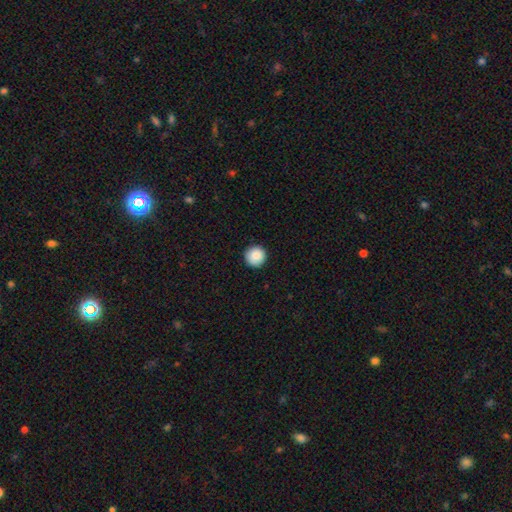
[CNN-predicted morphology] smooth-or-featured: smooth: 87% | star or artifact: 8% | featured or disk: 5%
  how-rounded: round: 96% | in between: 3% | cigar-shaped: 1%
  merging: none: 91% | minor disturbance: 6% | major disturbance: 2% | merger: 1%